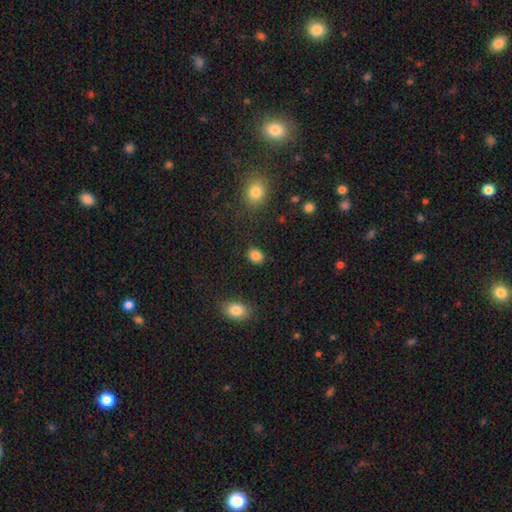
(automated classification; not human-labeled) Morphology: type=smooth (86%); roundness=in between (52%); merging=none (87%).